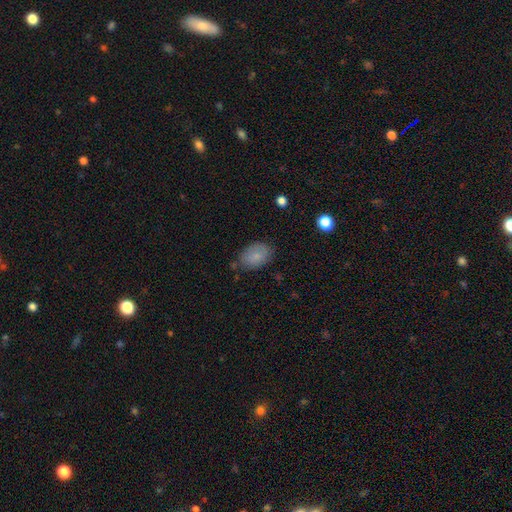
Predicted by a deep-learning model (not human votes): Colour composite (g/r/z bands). It shows a smooth galaxy with no disk features (81%) that is in between round and cigar-shaped (85%). Merging: none (75%).